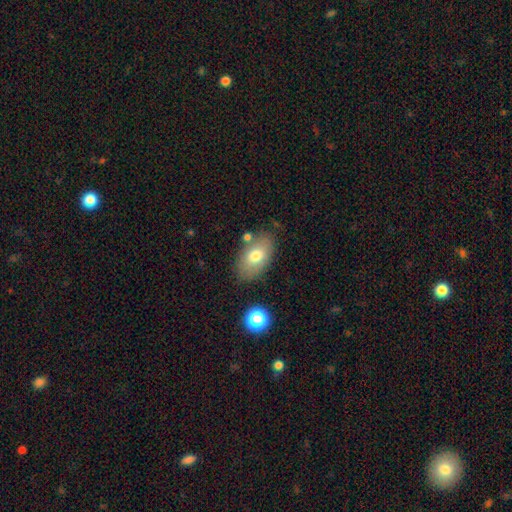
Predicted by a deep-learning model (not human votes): Smooth or featured? Predicted: smooth (p=0.73). How rounded? Predicted: in between (p=0.91). Merging? Predicted: none (p=0.76).